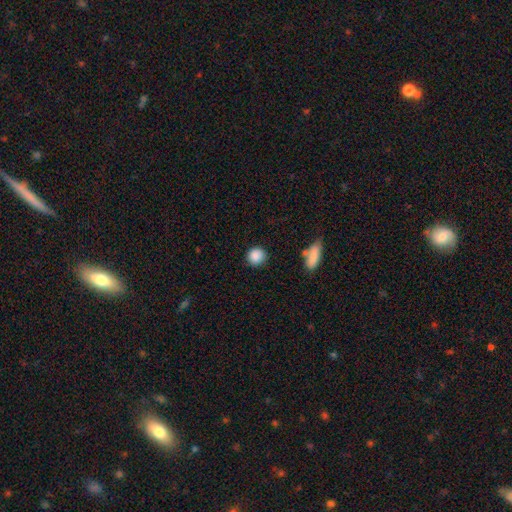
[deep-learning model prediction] smooth 88%, star or artifact 8%, featured or disk 4%. Down the decision tree: how rounded — round (88%); merging — none (84%).